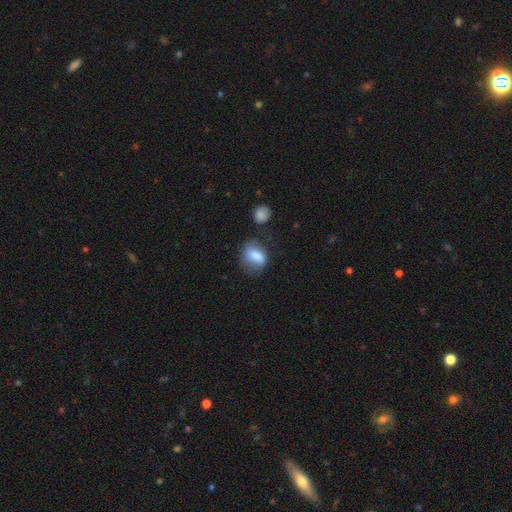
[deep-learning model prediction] Morphology: type=smooth (76%); roundness=in between (65%); merging=none (51%).